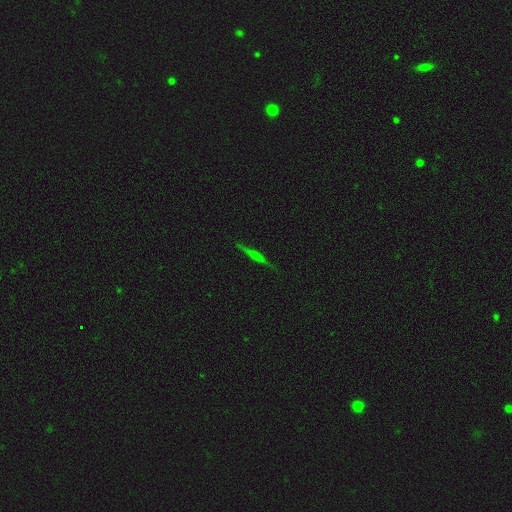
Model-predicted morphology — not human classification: A featured or disk galaxy (54%) viewed edge-on (96%) with no central bulge (50%). Merging: none (87%).